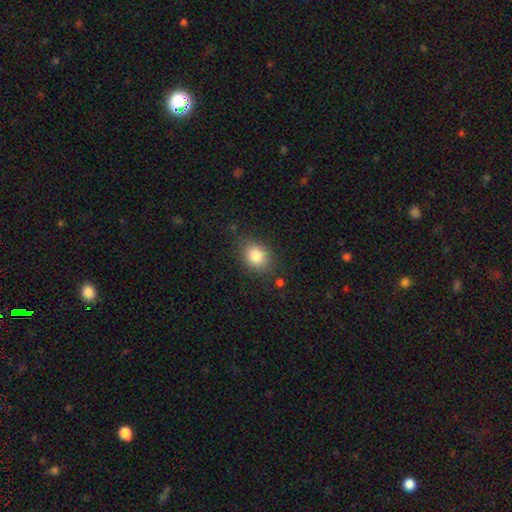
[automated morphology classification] Smooth or featured? Predicted: smooth (p=0.83). How rounded? Predicted: in between (p=0.51). Merging? Predicted: none (p=0.79).